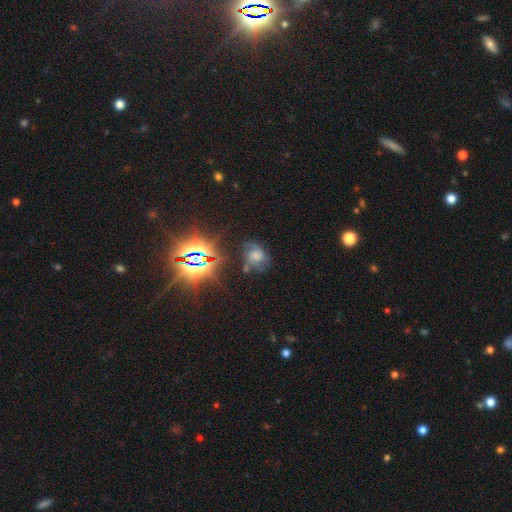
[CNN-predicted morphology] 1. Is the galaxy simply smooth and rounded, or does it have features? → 48% featured or disk, 27% smooth, 24% star or artifact.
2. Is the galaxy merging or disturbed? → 50% none, 25% minor disturbance, 19% major disturbance, 7% merger.